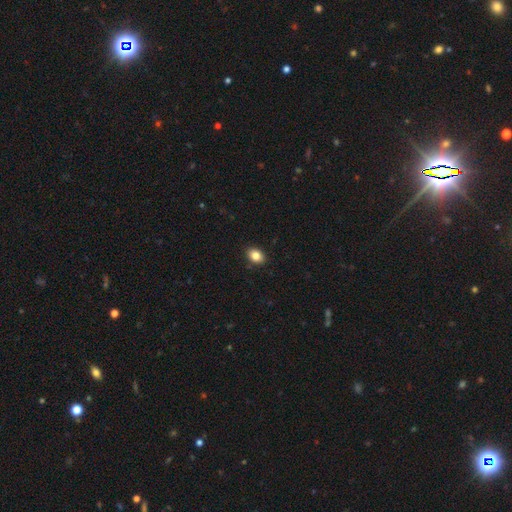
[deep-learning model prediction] Smooth or featured? Predicted: smooth (p=0.85). How rounded? Predicted: in between (p=0.73). Merging? Predicted: none (p=0.90).